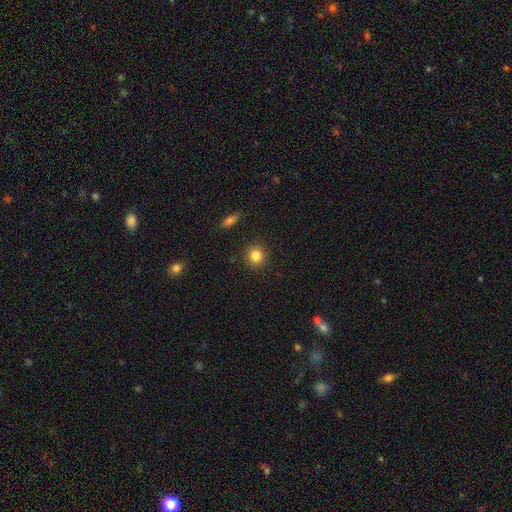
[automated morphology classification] Smooth or featured?
  - smooth: 84% *
  - star or artifact: 10%
  - featured or disk: 5%
How rounded?
  - round: 88% *
  - in between: 11%
  - cigar-shaped: 1%
Merging?
  - none: 91% *
  - minor disturbance: 6%
  - major disturbance: 2%
  - merger: 1%